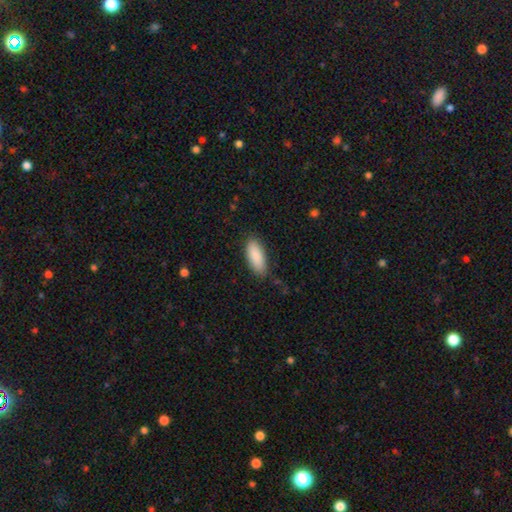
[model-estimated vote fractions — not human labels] Smooth or featured: smooth — 87% (featured or disk — 7%)
How rounded: in between — 79% (cigar-shaped — 19%)
Merging: none — 82% (minor disturbance — 14%)